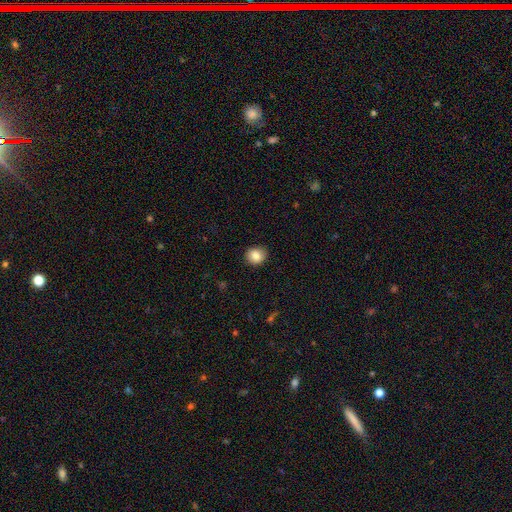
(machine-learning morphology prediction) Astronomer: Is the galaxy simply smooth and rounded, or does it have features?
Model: smooth — 85%.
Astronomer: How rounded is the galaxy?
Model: round — 78%.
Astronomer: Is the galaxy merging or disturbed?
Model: none — 88%.